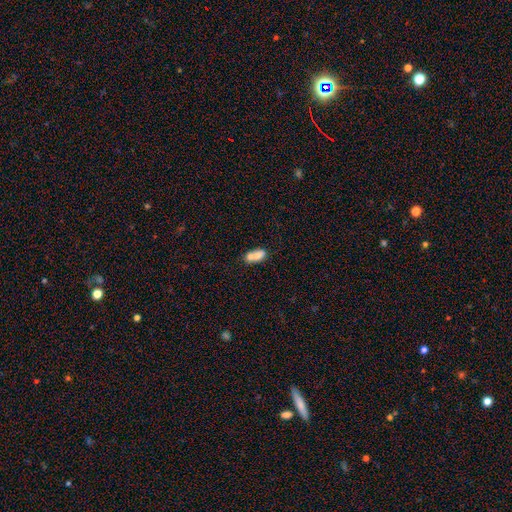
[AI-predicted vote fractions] This appears to be a smooth galaxy with no disk features (72%) that is in between round and cigar-shaped (76%). Merging: merger (58%).